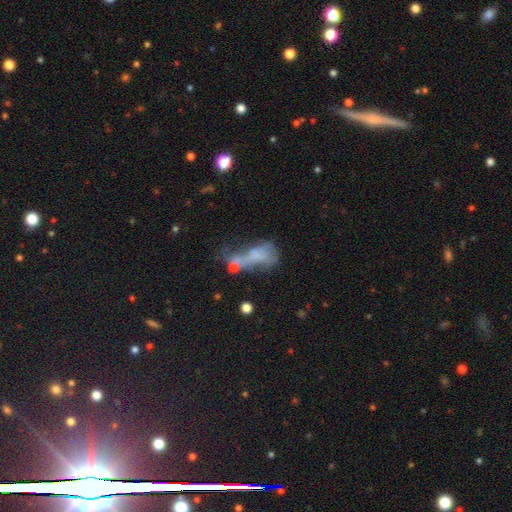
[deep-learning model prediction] smooth 43%, featured or disk 40%, star or artifact 17%. Down the decision tree: merging — major disturbance (36%).